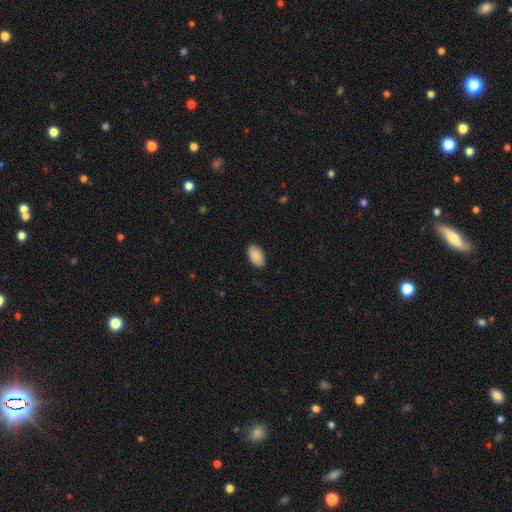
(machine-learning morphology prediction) Smooth or featured: smooth — 90% (star or artifact — 6%)
How rounded: in between — 95% (round — 4%)
Merging: none — 85% (minor disturbance — 11%)